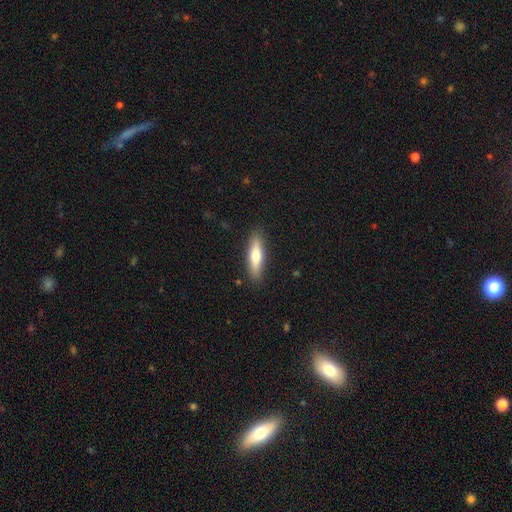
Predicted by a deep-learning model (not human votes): Smooth or featured? Predicted: smooth (p=0.64). How rounded? Predicted: cigar-shaped (p=0.66). Merging? Predicted: none (p=0.88).